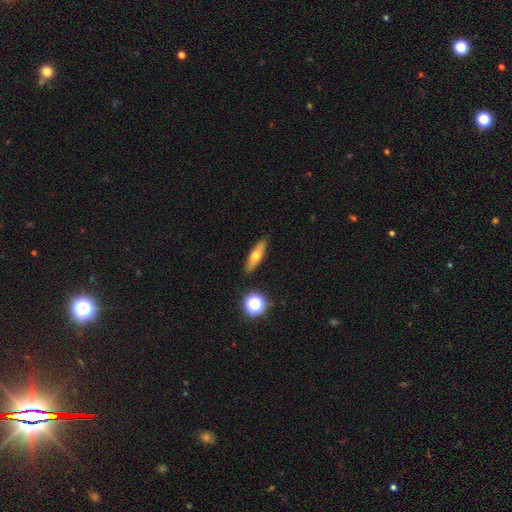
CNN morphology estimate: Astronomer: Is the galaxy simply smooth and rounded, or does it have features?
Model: smooth — 56% (runner-up: featured or disk, 36%).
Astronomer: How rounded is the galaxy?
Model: cigar-shaped — 59% (runner-up: in between, 36%).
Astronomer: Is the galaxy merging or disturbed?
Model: none — 88%.